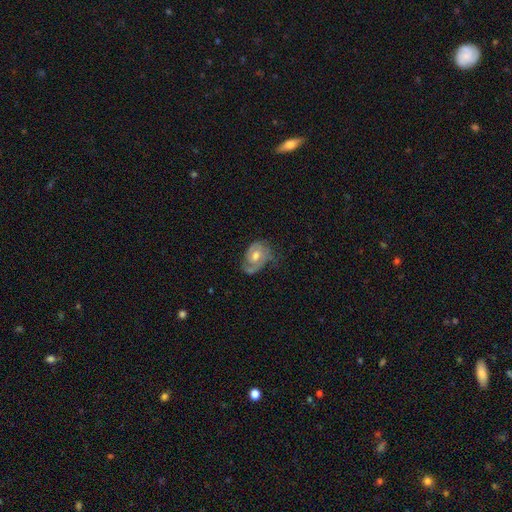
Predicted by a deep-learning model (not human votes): Morphology: type=featured or disk (74%); edge-on=no (97%); bar=no (61%); spiral arms=yes (87%); winding=tight (49%); arm count=2 (55%); bulge=moderate (71%); merging=none (50%).